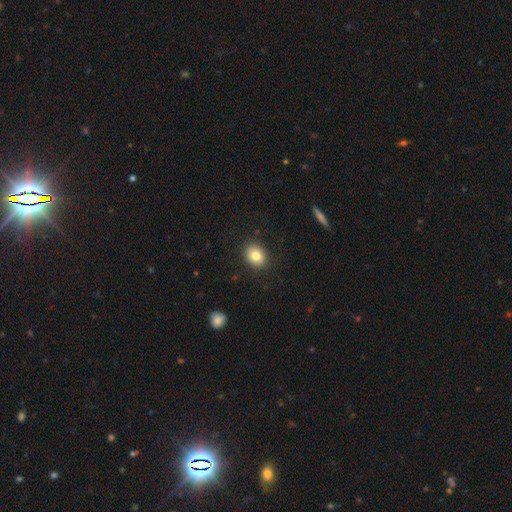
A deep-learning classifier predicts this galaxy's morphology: type=smooth (82%); roundness=in between (60%); merging=none (88%).